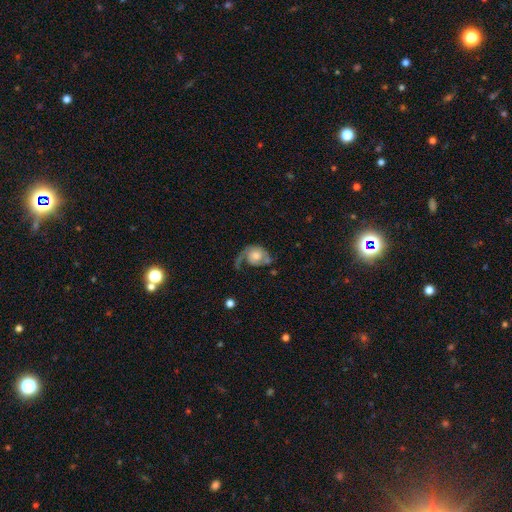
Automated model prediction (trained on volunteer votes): Smooth or featured? featured or disk (69%)
Edge-on disk? no (97%)
Bar? no (76%)
Spiral arms? yes (90%)
Spiral winding? loose (44%)
Spiral arm count? 1 (50%)
Bulge size? moderate (45%)
Merging? major disturbance (37%)